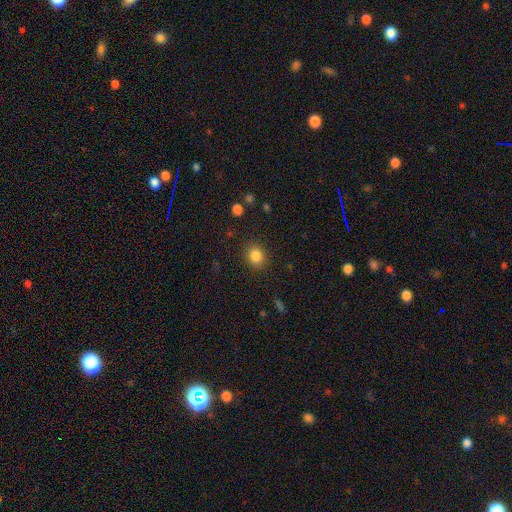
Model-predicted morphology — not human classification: Smooth or featured? Predicted: smooth (p=0.84). How rounded? Predicted: round (p=0.63). Merging? Predicted: none (p=0.87).